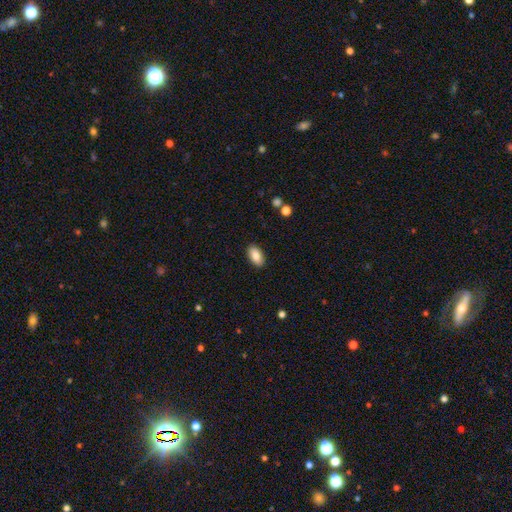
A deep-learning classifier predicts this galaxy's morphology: This appears to be a smooth galaxy with no disk features (86%) that is in between round and cigar-shaped (93%). Merging: none (89%).